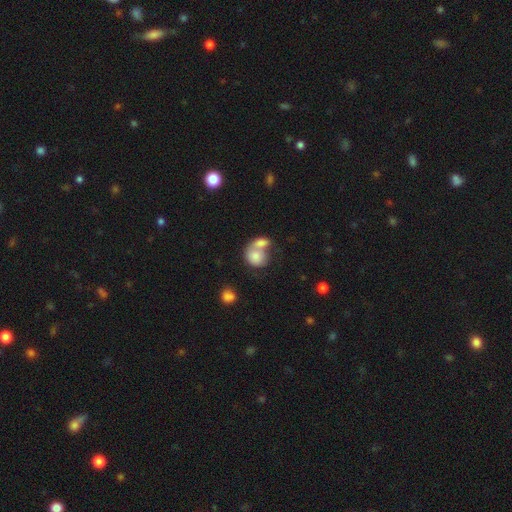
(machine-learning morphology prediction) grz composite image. It shows a smooth galaxy with no disk features (75%) that is round (59%). Merging: merger (66%).